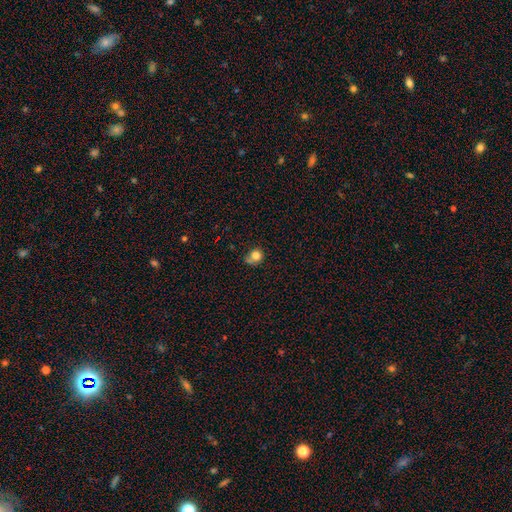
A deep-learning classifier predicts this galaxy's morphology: Q: Smooth or featured?
A: smooth (81%); runner-up: star or artifact (11%)
Q: How rounded?
A: round (82%); runner-up: in between (17%)
Q: Merging?
A: none (52%); runner-up: minor disturbance (26%)